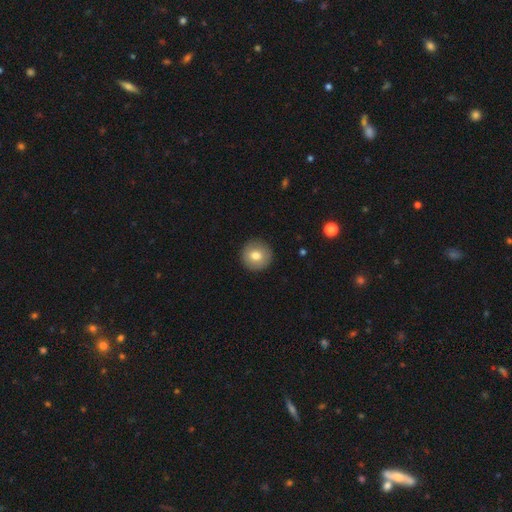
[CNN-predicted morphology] A smooth galaxy with no disk features (76%) that is round (95%). Merging: none (92%).